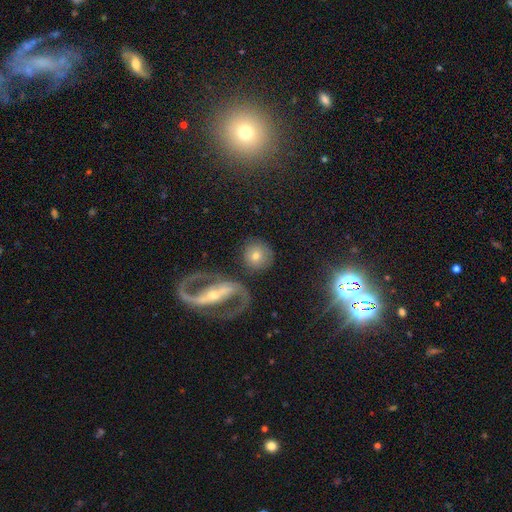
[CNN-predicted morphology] smooth-or-featured: smooth: 63% | featured or disk: 27% | star or artifact: 9%
  how-rounded: round: 91% | in between: 8% | cigar-shaped: 1%
  merging: none: 78% | minor disturbance: 9% | merger: 8% | major disturbance: 5%